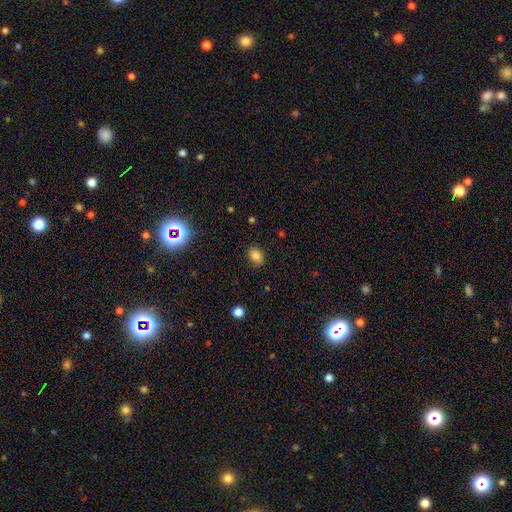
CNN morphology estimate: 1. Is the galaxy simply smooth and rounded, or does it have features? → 81% smooth, 11% star or artifact, 8% featured or disk.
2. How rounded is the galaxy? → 80% in between, 19% round, 1% cigar-shaped.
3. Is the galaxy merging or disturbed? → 84% none, 12% minor disturbance, 3% major disturbance, 1% merger.